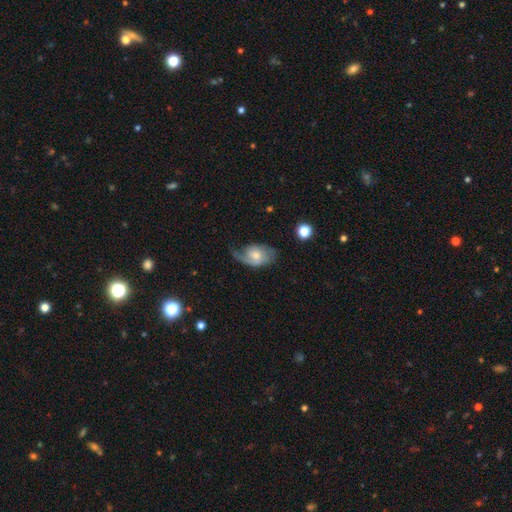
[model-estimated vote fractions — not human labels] Morphology: type=featured or disk (68%); edge-on=no (96%); bar=no (59%); spiral arms=yes (91%); winding=medium (41%); arm count=2 (50%); bulge=moderate (55%); merging=none (49%).